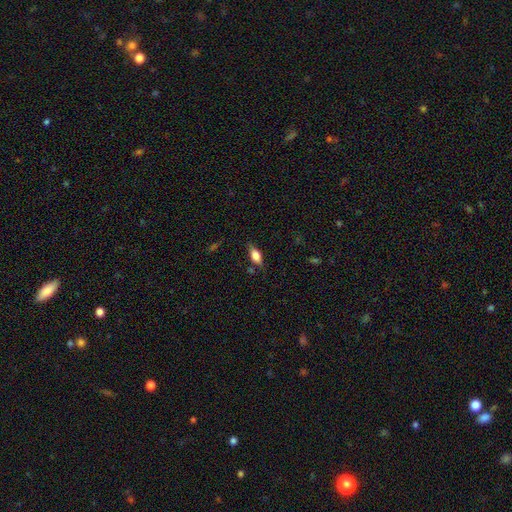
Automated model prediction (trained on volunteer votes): Overall: smooth (68%). How rounded: in between (79%). Merging: none (78%).